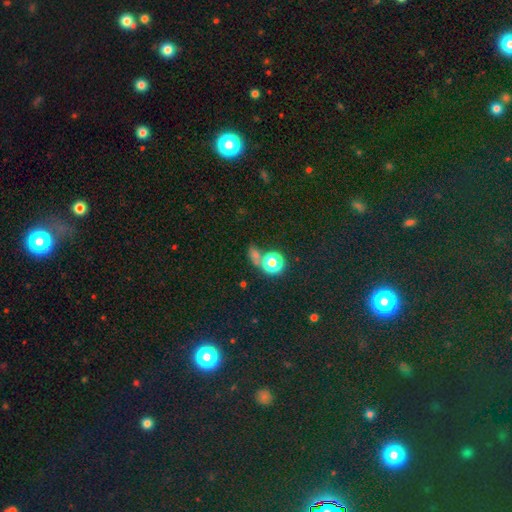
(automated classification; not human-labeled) smooth-or-featured: smooth: 66% | star or artifact: 23% | featured or disk: 11%
  how-rounded: round: 75% | in between: 23% | cigar-shaped: 2%
  merging: none: 46% | merger: 33% | minor disturbance: 11% | major disturbance: 9%